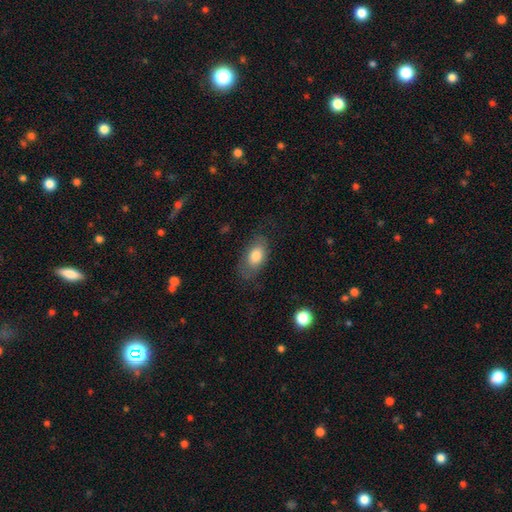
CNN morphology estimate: smooth_or_featured: smooth (p=0.74) [alt: featured or disk p=0.19]
how_rounded: in between (p=0.90) [alt: round p=0.07]
merging: none (p=0.69) [alt: minor disturbance p=0.20]